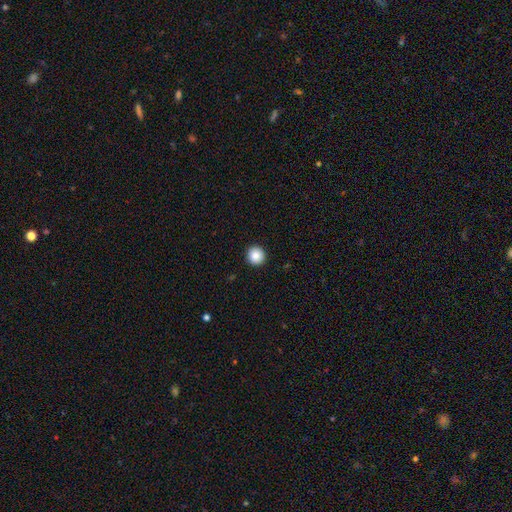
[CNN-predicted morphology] A smooth galaxy with no disk features (88%) that is round (95%). Merging: none (93%).